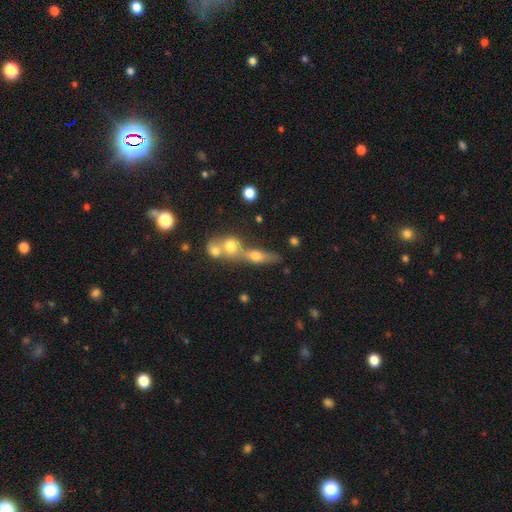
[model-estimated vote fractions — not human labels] Smooth or featured: smooth — 55% (featured or disk — 33%)
How rounded: in between — 40% (cigar-shaped — 37%)
Merging: merger — 55% (none — 32%)